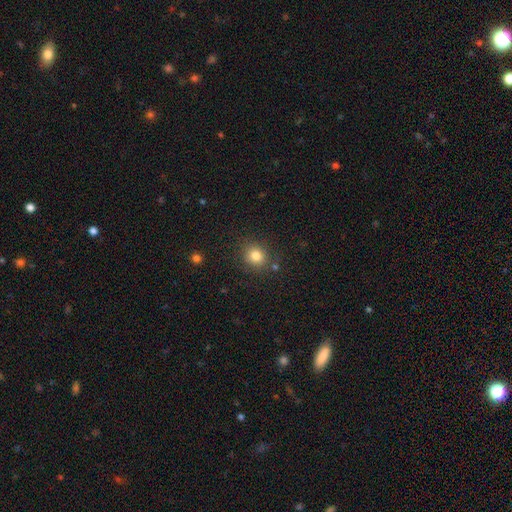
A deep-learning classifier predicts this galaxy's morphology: Smooth or featured?
  - smooth: 81% *
  - star or artifact: 13%
  - featured or disk: 7%
How rounded?
  - round: 82% *
  - in between: 17%
  - cigar-shaped: 1%
Merging?
  - none: 83% *
  - minor disturbance: 10%
  - merger: 4%
  - major disturbance: 3%